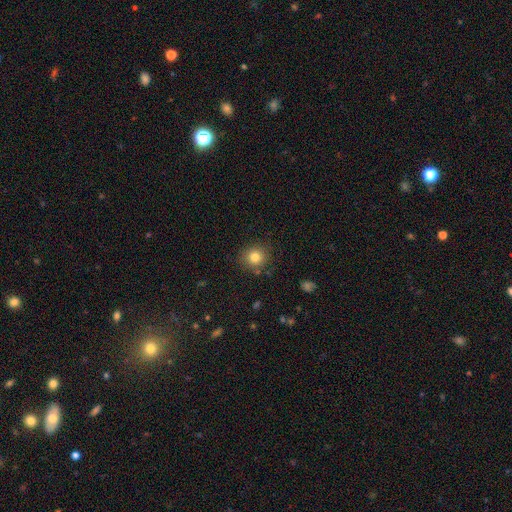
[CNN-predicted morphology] A smooth galaxy with no disk features (81%) that is round (88%).

Vote fractions:
- Smooth or featured? smooth: 81% / star or artifact: 12% / featured or disk: 7%
- How rounded? round: 88% / in between: 11% / cigar-shaped: 1%
- Merging? none: 86% / minor disturbance: 9% / major disturbance: 3% / merger: 2%